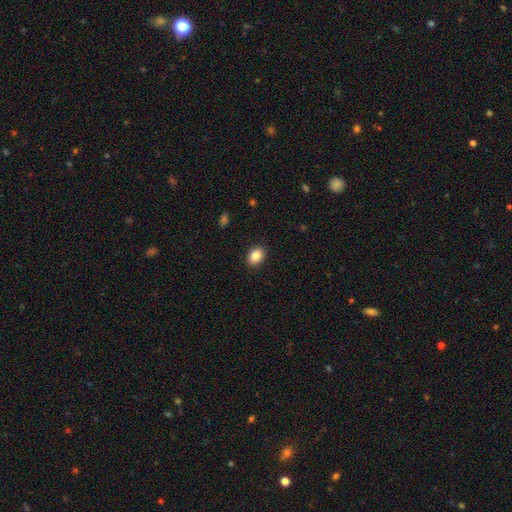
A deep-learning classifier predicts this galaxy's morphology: Smooth or featured?
  - smooth: 86% *
  - star or artifact: 9%
  - featured or disk: 5%
How rounded?
  - in between: 65% *
  - round: 34%
  - cigar-shaped: 1%
Merging?
  - none: 90% *
  - minor disturbance: 7%
  - major disturbance: 2%
  - merger: 1%